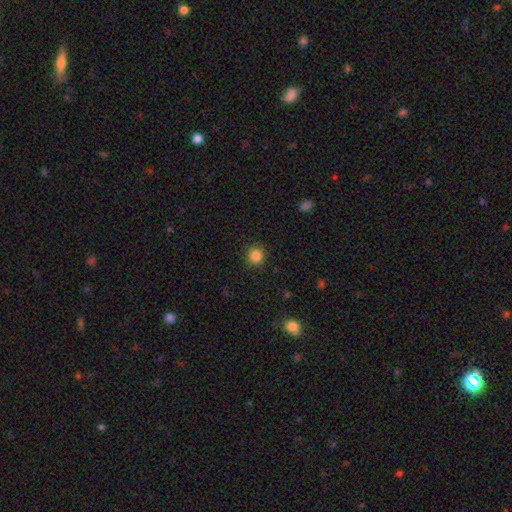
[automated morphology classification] type=smooth (85%); roundness=round (92%); merging=none (90%).